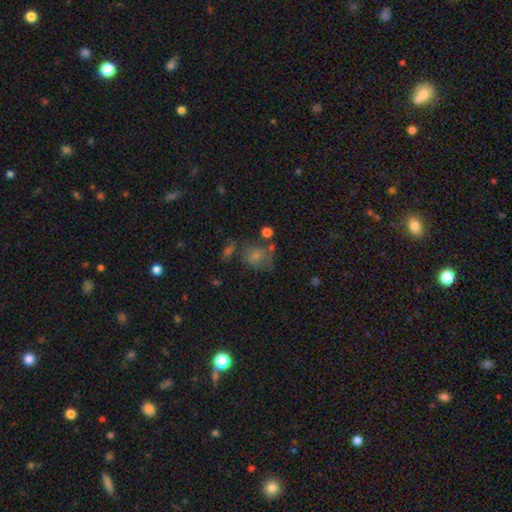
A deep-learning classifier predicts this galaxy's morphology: smooth 61%, featured or disk 23%, star or artifact 16%. Down the decision tree: how rounded — round (55%); merging — none (37%).